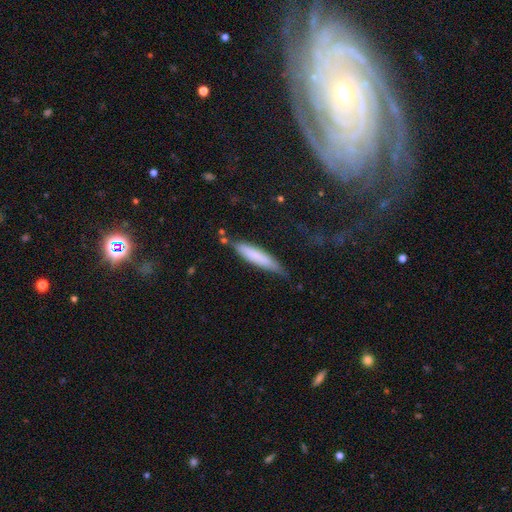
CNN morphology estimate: type=smooth (75%); roundness=cigar-shaped (85%); merging=none (66%).